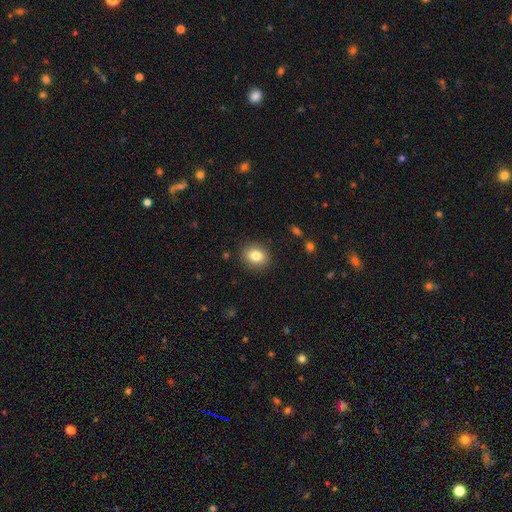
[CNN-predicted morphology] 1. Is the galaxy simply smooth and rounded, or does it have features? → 82% smooth, 10% star or artifact, 8% featured or disk.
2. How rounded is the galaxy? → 62% round, 37% in between, 1% cigar-shaped.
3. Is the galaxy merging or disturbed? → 89% none, 7% minor disturbance, 2% major disturbance, 1% merger.